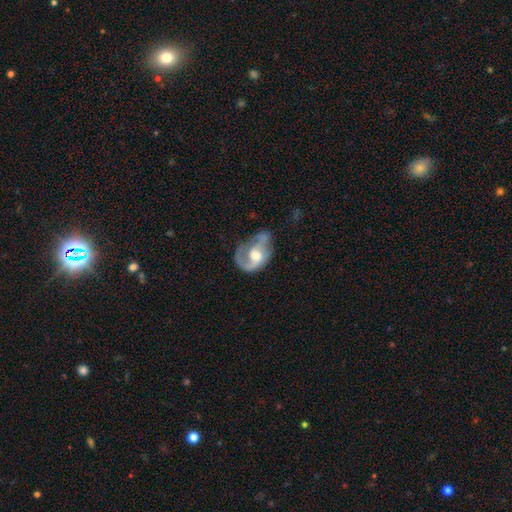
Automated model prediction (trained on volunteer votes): Overall: featured or disk (72%). Edge-on disk: no (97%). Bar: no (59%; weak 34%). Spiral arms: yes (82%). Spiral arm count: 2 (49%; 1 31%). Spiral winding: medium (44%; loose 32%). Bulge size: moderate (57%; large 27%). Merging: none (35%; major disturbance 33%).